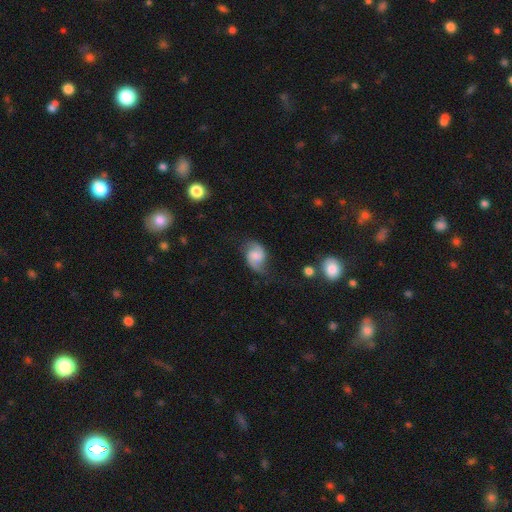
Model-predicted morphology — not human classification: A featured or disk galaxy (61%) with a weak bar (48%), 2 (89%) loose (51%) spiral arms (91%) and no central bulge (31%).

Vote fractions:
- Smooth or featured? featured or disk: 61% / smooth: 30% / star or artifact: 8%
- Edge-on disk? no: 97% / yes: 3%
- Bar? weak: 48% / no: 38% / strong: 14%
- Spiral arms? yes: 91% / no: 9%
- Spiral winding? loose: 51% / medium: 37% / tight: 11%
- Spiral arm count? 2: 89% / can't tell: 5% / 1: 3% / 3: 1% / 4: 1% / more than 4: 1%
- Bulge size? none: 31% / moderate: 30% / small: 25% / large: 12% / dominant: 3%
- Merging? none: 63% / minor disturbance: 24% / major disturbance: 10% / merger: 2%